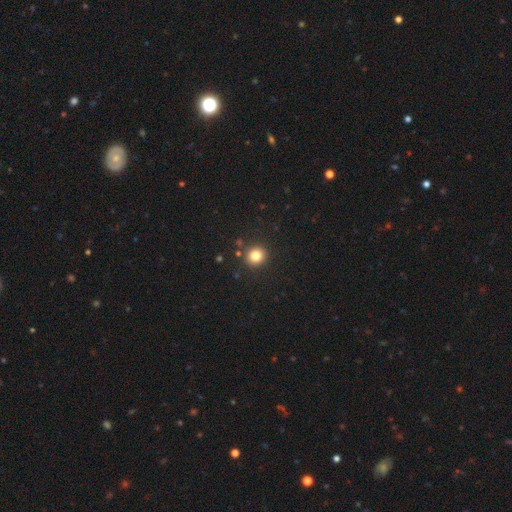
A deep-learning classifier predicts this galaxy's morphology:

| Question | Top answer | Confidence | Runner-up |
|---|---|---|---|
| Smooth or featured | smooth | 82% | star or artifact (12%) |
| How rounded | round | 87% | in between (12%) |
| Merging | none | 88% | minor disturbance (6%) |